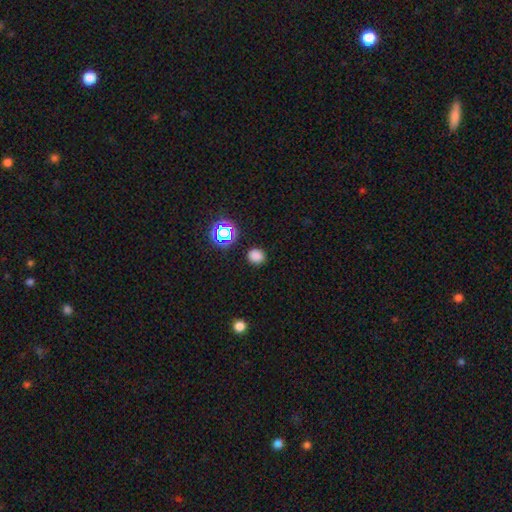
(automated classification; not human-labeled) Smooth or featured?
  - smooth: 76% *
  - star or artifact: 19%
  - featured or disk: 4%
How rounded?
  - round: 78% *
  - in between: 21%
  - cigar-shaped: 1%
Merging?
  - none: 87% *
  - minor disturbance: 8%
  - major disturbance: 3%
  - merger: 2%